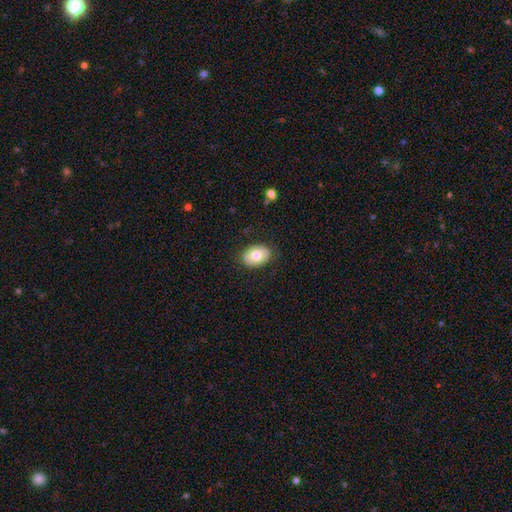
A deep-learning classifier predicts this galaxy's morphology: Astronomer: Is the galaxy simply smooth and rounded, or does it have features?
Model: smooth — 76%.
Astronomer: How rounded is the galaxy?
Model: in between — 82%.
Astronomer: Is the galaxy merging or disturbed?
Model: none — 85%.